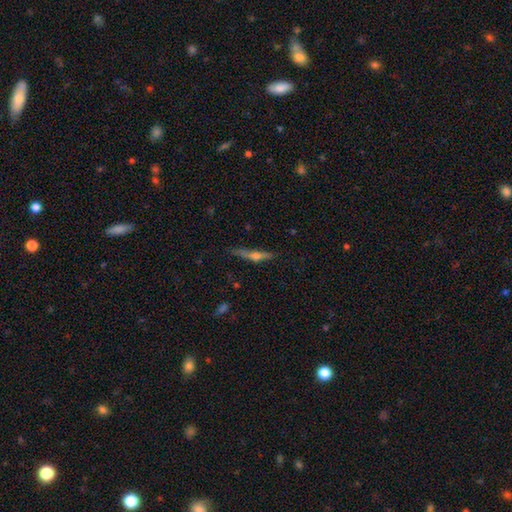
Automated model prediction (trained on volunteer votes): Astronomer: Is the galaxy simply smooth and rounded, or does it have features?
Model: featured or disk — 58% (runner-up: smooth, 33%).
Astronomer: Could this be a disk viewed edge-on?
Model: yes — 95%.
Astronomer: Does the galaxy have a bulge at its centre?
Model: rounded — 88%.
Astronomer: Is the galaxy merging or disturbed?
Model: none — 74%.